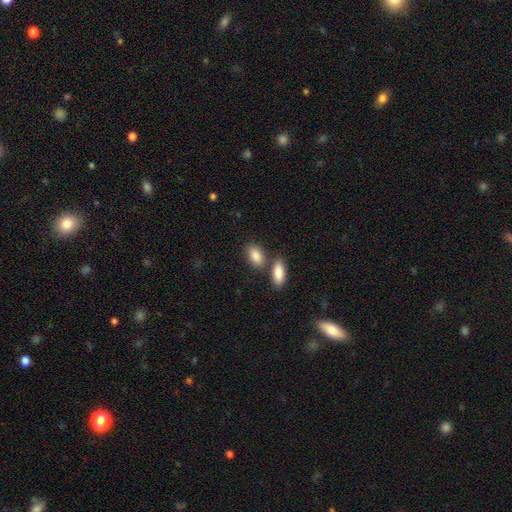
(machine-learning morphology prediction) This appears to be a smooth galaxy with no disk features (87%) that is in between round and cigar-shaped (89%). Merging: none (61%).